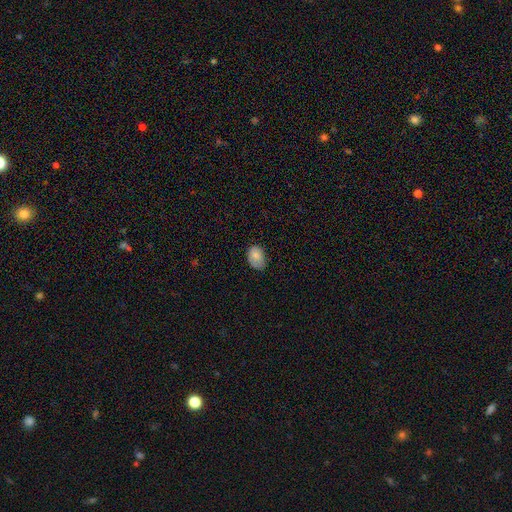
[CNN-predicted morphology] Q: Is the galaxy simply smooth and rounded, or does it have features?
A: smooth — 82%.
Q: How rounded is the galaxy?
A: in between — 80%.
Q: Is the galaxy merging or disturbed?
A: none — 61%.